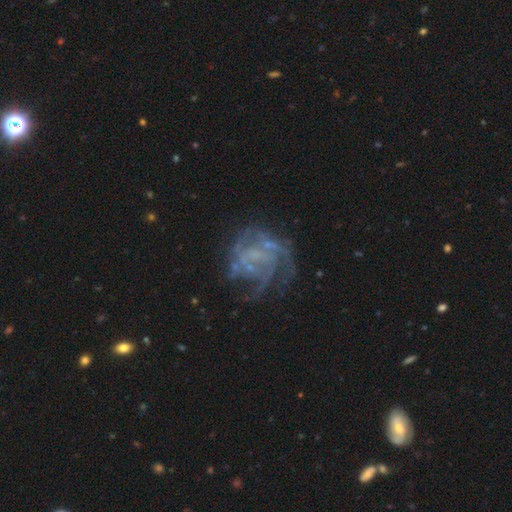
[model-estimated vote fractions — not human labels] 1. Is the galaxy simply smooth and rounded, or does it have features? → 72% featured or disk, 16% star or artifact, 13% smooth.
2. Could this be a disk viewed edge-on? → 98% no, 2% yes.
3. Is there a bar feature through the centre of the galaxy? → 66% no, 26% weak, 8% strong.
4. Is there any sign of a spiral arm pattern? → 71% yes, 29% no.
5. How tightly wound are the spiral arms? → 40% tight, 35% medium, 25% loose.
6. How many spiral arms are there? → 45% can't tell, 17% 3, 12% 2, 12% 4, 8% 1, 7% more than 4.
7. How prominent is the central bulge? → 62% none, 27% small, 8% moderate, 2% large, 1% dominant.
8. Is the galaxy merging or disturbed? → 51% none, 29% major disturbance, 17% minor disturbance, 3% merger.